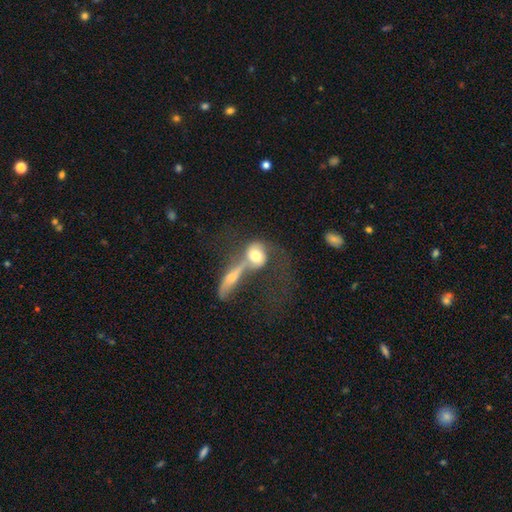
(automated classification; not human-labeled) Q: Smooth or featured?
A: smooth (58%); runner-up: featured or disk (34%)
Q: How rounded?
A: round (54%); runner-up: in between (39%)
Q: Merging?
A: merger (59%); runner-up: major disturbance (17%)